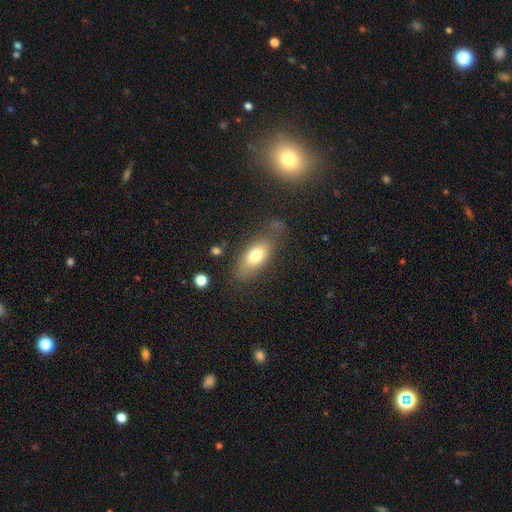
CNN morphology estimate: smooth_or_featured: smooth (p=0.73) [alt: featured or disk p=0.19]
how_rounded: in between (p=0.82) [alt: cigar-shaped p=0.13]
merging: none (p=0.66) [alt: minor disturbance p=0.20]